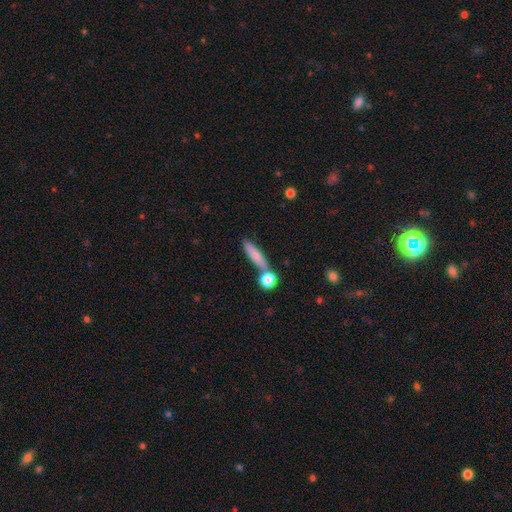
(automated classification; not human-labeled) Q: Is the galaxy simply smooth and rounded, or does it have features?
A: smooth — 73%.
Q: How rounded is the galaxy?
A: cigar-shaped — 76%.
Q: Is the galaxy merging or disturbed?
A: none — 64%.